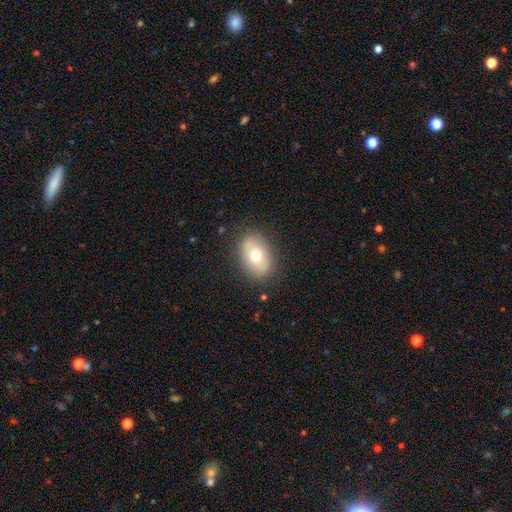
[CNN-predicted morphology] smooth-or-featured: smooth: 67% | featured or disk: 24% | star or artifact: 9%
  how-rounded: in between: 79% | round: 20% | cigar-shaped: 1%
  merging: none: 85% | minor disturbance: 11% | major disturbance: 3% | merger: 1%